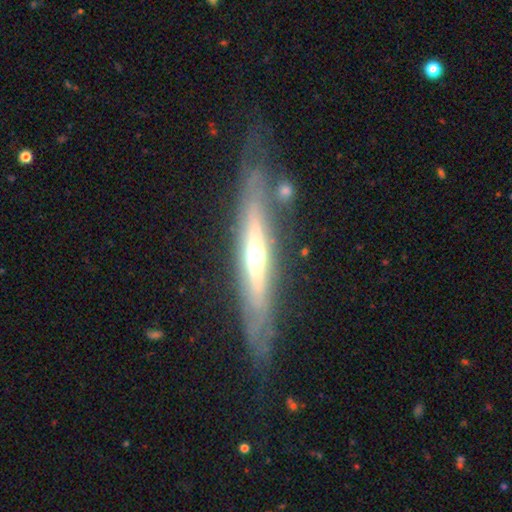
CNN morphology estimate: featured or disk 77%, smooth 17%, star or artifact 5%. Down the decision tree: edge-on disk — yes (79%); edge-on bulge — rounded (78%); merging — none (71%).